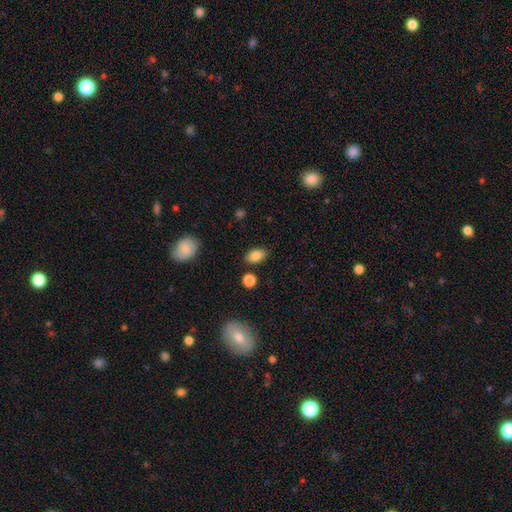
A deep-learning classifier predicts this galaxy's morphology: Smooth or featured: smooth — 85% (star or artifact — 9%)
How rounded: in between — 88% (round — 10%)
Merging: none — 83% (minor disturbance — 11%)